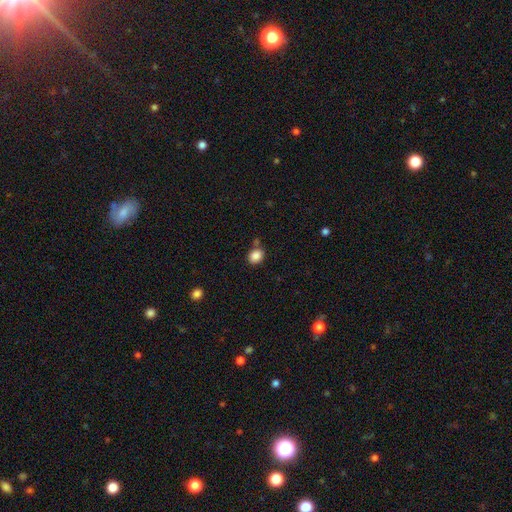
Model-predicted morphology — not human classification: type=smooth (86%); roundness=round (59%); merging=none (76%).